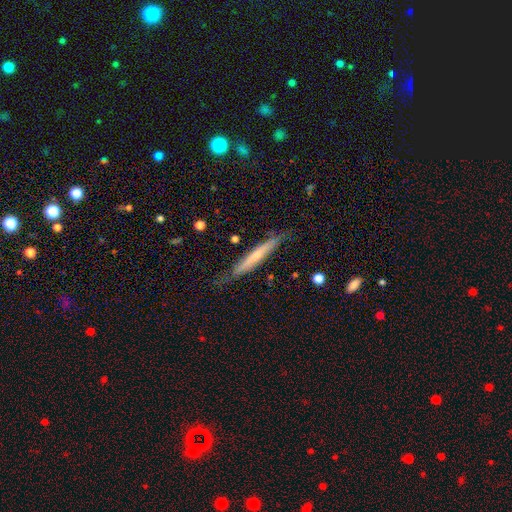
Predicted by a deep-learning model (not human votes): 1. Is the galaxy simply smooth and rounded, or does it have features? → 50% smooth, 44% featured or disk, 6% star or artifact.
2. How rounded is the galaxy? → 95% cigar-shaped, 4% in between, 1% round.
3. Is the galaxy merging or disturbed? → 75% none, 19% minor disturbance, 4% major disturbance, 2% merger.